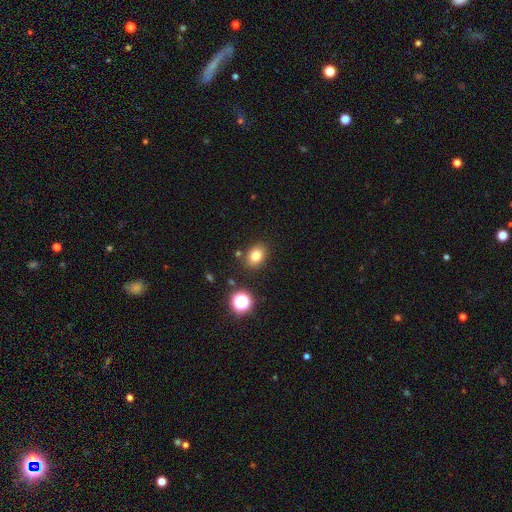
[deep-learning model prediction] Morphology: type=smooth (79%); roundness=in between (63%); merging=none (83%).